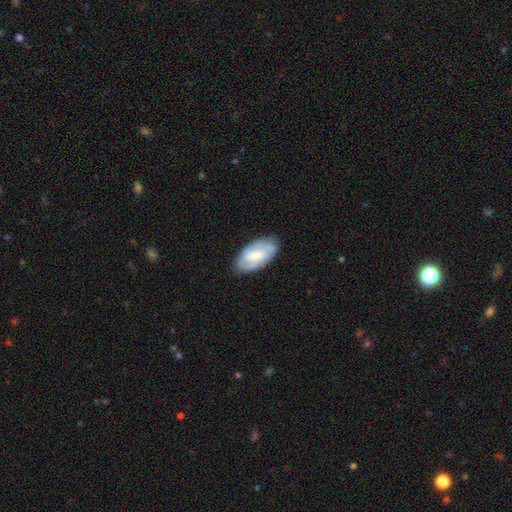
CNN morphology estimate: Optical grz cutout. It shows a featured or disk galaxy (54%) with a weak bar (47%), spiral arms (78%) and a small central bulge (48%). Merging: none (80%).